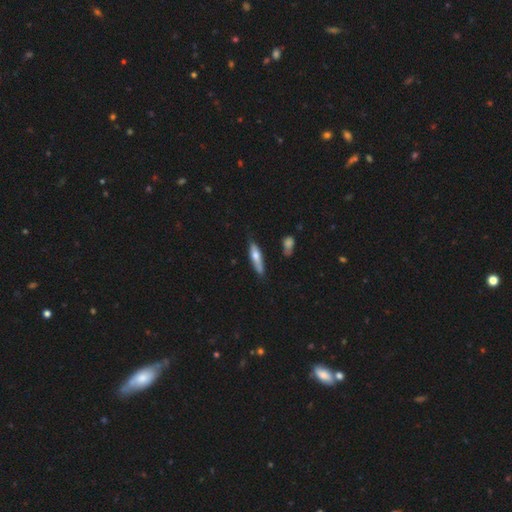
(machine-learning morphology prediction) The model was most divided on "smooth or featured": smooth: 58%, featured or disk: 36%, star or artifact: 6%. More confident: merging — none (71%); how rounded — cigar-shaped (70%).